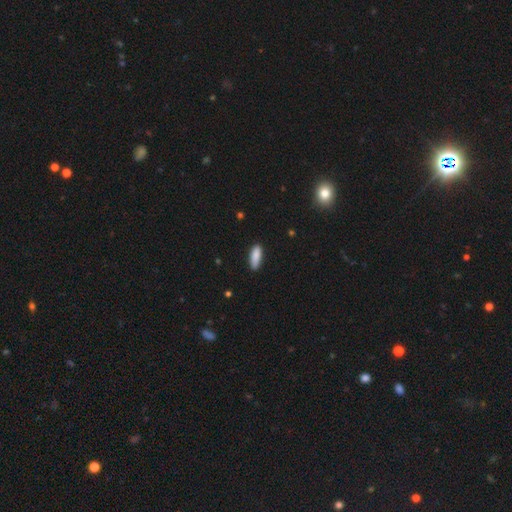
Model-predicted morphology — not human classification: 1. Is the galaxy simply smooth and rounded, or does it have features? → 88% smooth, 6% star or artifact, 6% featured or disk.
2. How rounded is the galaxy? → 61% in between, 37% cigar-shaped, 2% round.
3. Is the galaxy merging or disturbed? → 83% none, 13% minor disturbance, 2% major disturbance, 1% merger.